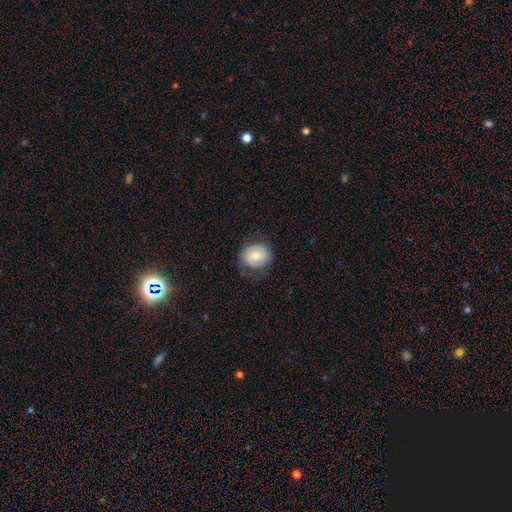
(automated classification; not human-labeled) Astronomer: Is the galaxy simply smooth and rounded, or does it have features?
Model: smooth — 68%.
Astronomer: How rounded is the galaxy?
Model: round — 66%.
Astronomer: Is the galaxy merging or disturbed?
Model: none — 66%.